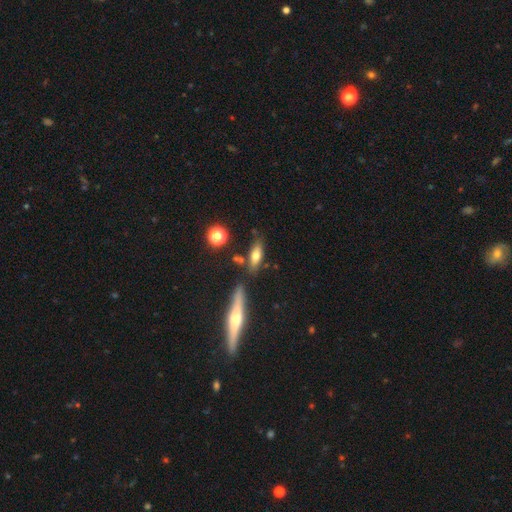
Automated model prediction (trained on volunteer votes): Smooth or featured: smooth — 63% (featured or disk — 27%)
How rounded: in between — 59% (cigar-shaped — 37%)
Merging: none — 68% (minor disturbance — 15%)